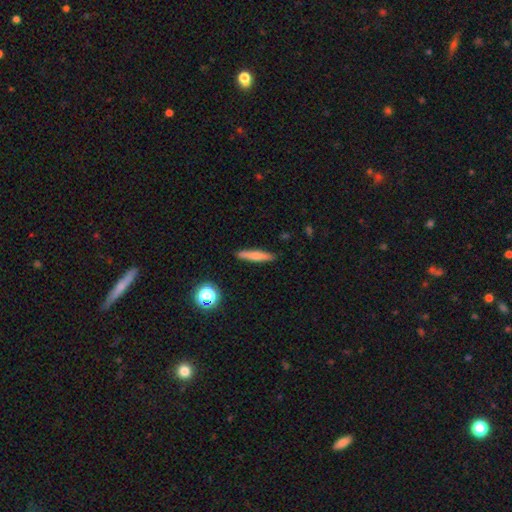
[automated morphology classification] smooth 68%, featured or disk 24%, star or artifact 8%. Down the decision tree: how rounded — cigar-shaped (91%); merging — none (89%).